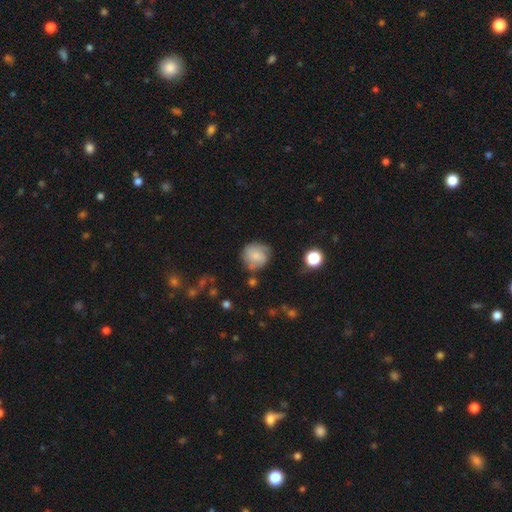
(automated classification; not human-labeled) Q: Smooth or featured?
A: smooth (60%); runner-up: featured or disk (31%)
Q: How rounded?
A: round (83%); runner-up: in between (16%)
Q: Merging?
A: none (59%); runner-up: minor disturbance (26%)